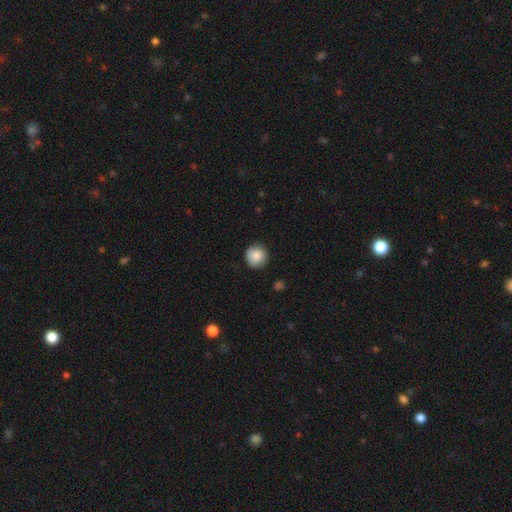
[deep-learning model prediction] A smooth galaxy with no disk features (87%) that is round (94%). Merging: none (89%).